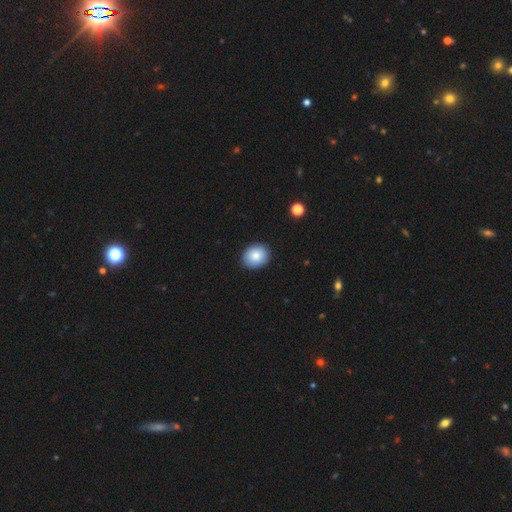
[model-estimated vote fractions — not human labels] Q: Smooth or featured?
A: smooth (84%); runner-up: featured or disk (8%)
Q: How rounded?
A: round (63%); runner-up: in between (36%)
Q: Merging?
A: none (89%); runner-up: minor disturbance (8%)